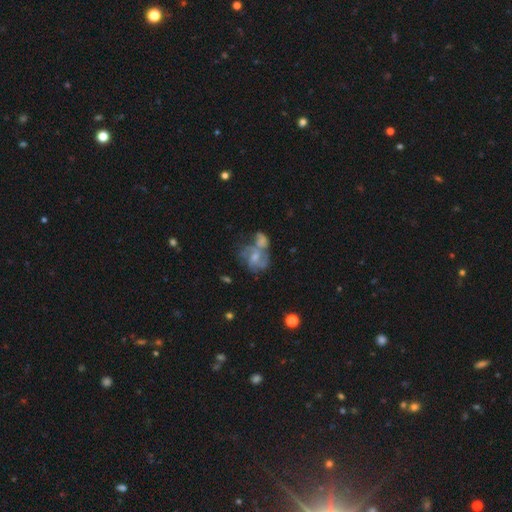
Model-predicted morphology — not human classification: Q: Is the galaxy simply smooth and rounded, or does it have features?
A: featured or disk — 62%.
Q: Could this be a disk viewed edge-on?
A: no — 97%.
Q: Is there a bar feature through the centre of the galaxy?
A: no — 65%.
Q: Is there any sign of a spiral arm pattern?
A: yes — 64%.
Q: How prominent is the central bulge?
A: moderate — 43%.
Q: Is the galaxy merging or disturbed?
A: merger — 46%.